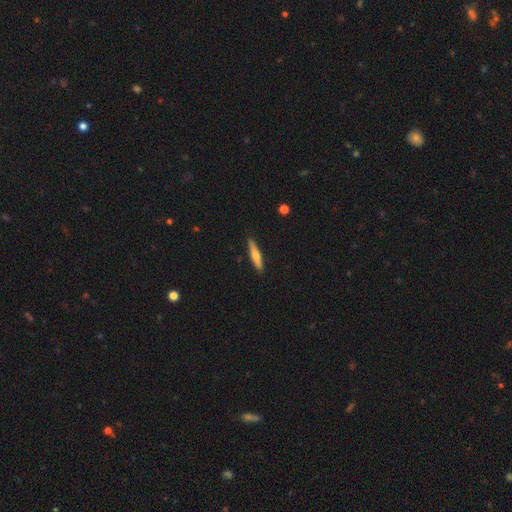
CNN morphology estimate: The model was most divided on "smooth or featured": smooth: 50%, featured or disk: 45%, star or artifact: 6%. More confident: merging — none (90%).